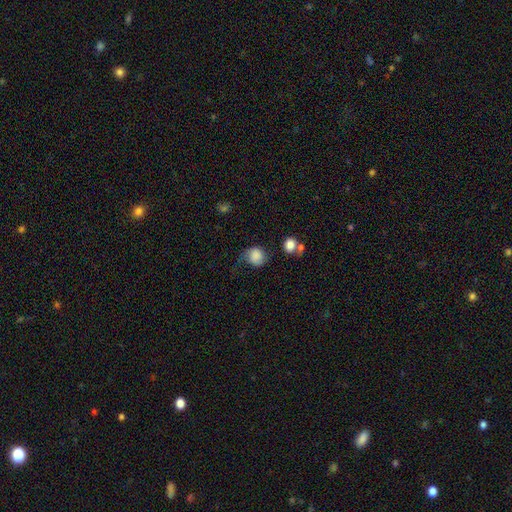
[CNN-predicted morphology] smooth-or-featured: smooth: 78% | featured or disk: 13% | star or artifact: 9%
  how-rounded: round: 76% | in between: 23% | cigar-shaped: 1%
  merging: none: 43% | minor disturbance: 31% | major disturbance: 21% | merger: 5%